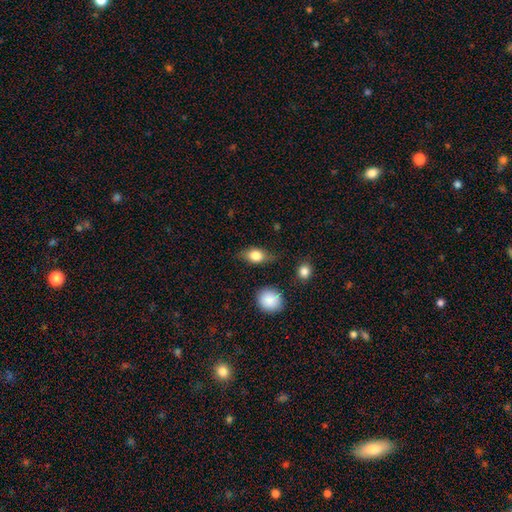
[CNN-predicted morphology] smooth_or_featured: smooth (p=0.78) [alt: featured or disk p=0.14]
how_rounded: in between (p=0.75) [alt: round p=0.19]
merging: none (p=0.73) [alt: minor disturbance p=0.19]